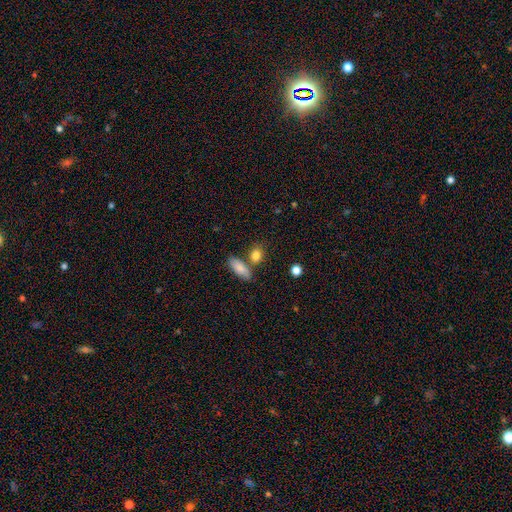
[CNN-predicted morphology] A smooth galaxy with no disk features (85%) that is in between round and cigar-shaped (54%). Merging: none (67%).